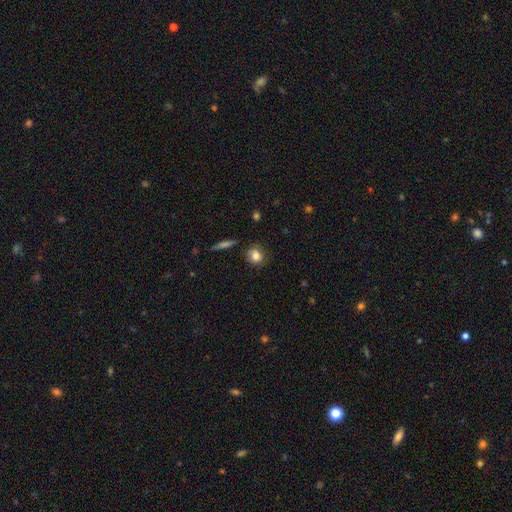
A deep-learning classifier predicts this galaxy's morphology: Smooth or featured?
  - smooth: 81% *
  - featured or disk: 11%
  - star or artifact: 9%
How rounded?
  - round: 75% *
  - in between: 24%
  - cigar-shaped: 2%
Merging?
  - none: 76% *
  - minor disturbance: 17%
  - major disturbance: 5%
  - merger: 2%